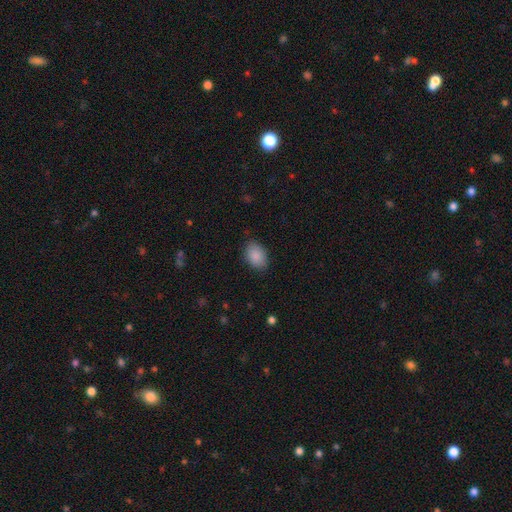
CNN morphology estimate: Smooth or featured? smooth (89%)
How rounded? in between (85%)
Merging? none (84%)